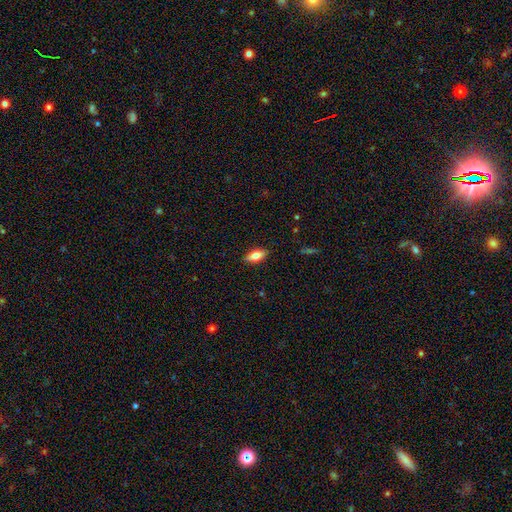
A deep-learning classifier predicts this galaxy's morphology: This is likely a smooth galaxy (69%). How rounded: likely in between (77%). Merging: clearly none (88%).